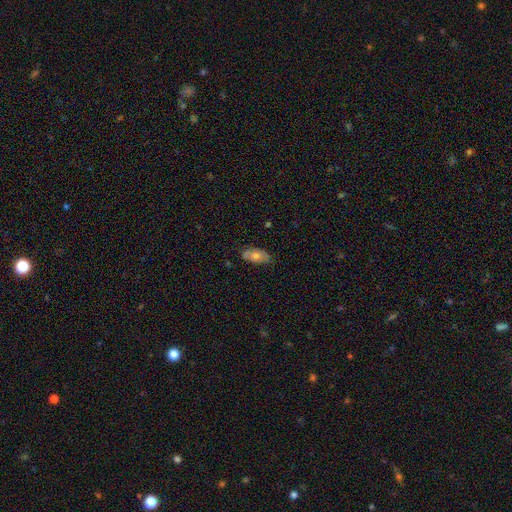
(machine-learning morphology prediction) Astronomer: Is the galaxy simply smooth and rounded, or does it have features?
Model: smooth — 53% (runner-up: featured or disk, 39%).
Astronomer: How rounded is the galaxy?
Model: in between — 89%.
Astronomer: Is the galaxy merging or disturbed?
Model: none — 77%.